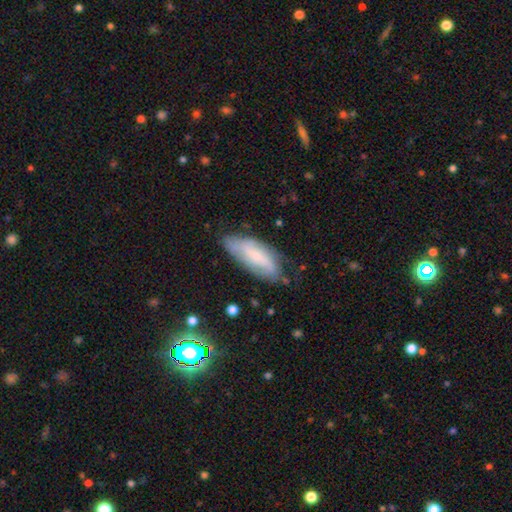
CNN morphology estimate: smooth-or-featured: featured or disk: 49% | smooth: 43% | star or artifact: 8%
  merging: none: 65% | minor disturbance: 26% | major disturbance: 7% | merger: 2%